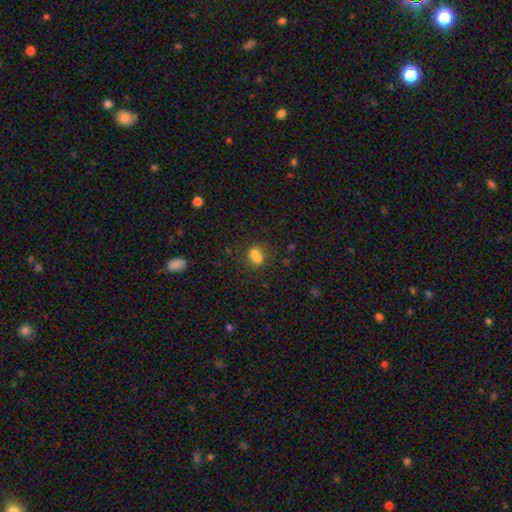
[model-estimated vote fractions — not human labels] Morphology: type=smooth (69%); roundness=round (50%); merging=merger (53%).